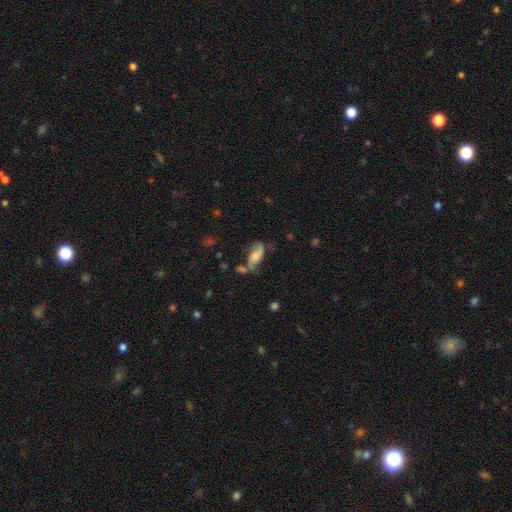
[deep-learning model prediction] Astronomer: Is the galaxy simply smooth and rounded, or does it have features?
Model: featured or disk — 62%.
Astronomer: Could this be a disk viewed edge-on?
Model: no — 91%.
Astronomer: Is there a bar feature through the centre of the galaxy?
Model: no — 60%.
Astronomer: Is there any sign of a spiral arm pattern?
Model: yes — 88%.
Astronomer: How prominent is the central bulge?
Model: moderate — 38% (runner-up: small, 29%).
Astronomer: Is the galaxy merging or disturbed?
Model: none — 47% (runner-up: minor disturbance, 23%).